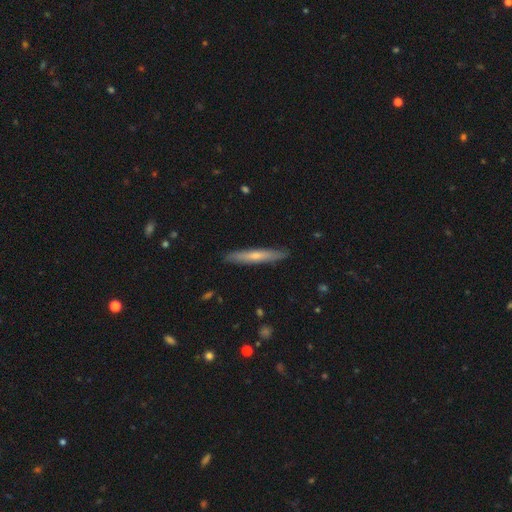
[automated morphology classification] Smooth or featured? Predicted: smooth (p=0.52). How rounded? Predicted: cigar-shaped (p=0.94). Merging? Predicted: none (p=0.89).